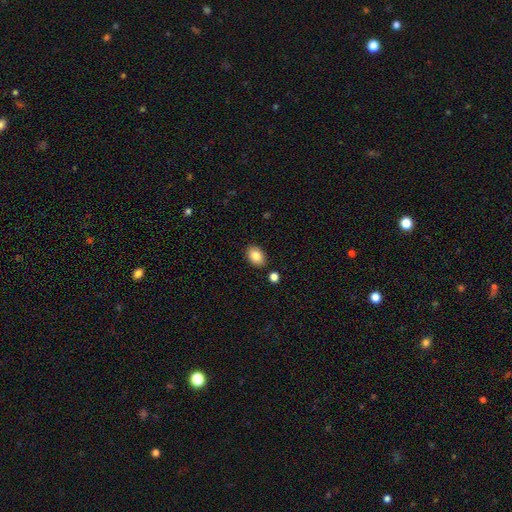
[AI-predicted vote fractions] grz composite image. It shows a smooth galaxy with no disk features (84%) that is in between round and cigar-shaped (83%). Merging: none (86%).